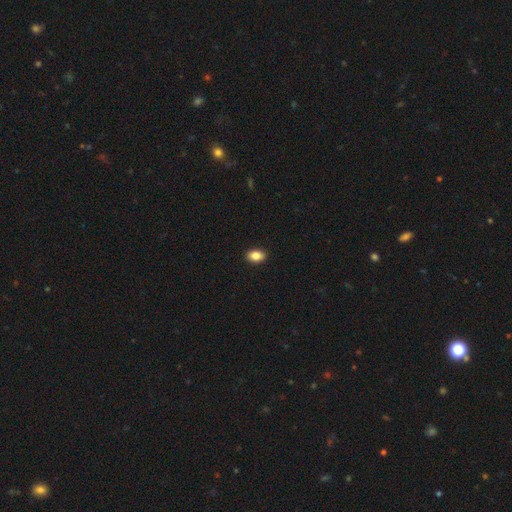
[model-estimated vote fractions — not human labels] Q: Smooth or featured?
A: smooth (86%); runner-up: star or artifact (8%)
Q: How rounded?
A: in between (85%); runner-up: round (13%)
Q: Merging?
A: none (91%); runner-up: minor disturbance (6%)